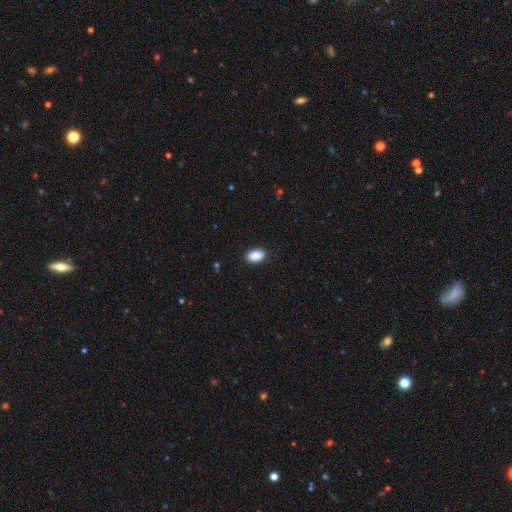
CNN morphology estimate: Smooth or featured?
  - smooth: 89% *
  - star or artifact: 7%
  - featured or disk: 3%
How rounded?
  - in between: 91% *
  - round: 7%
  - cigar-shaped: 2%
Merging?
  - none: 87% *
  - minor disturbance: 10%
  - major disturbance: 2%
  - merger: 1%